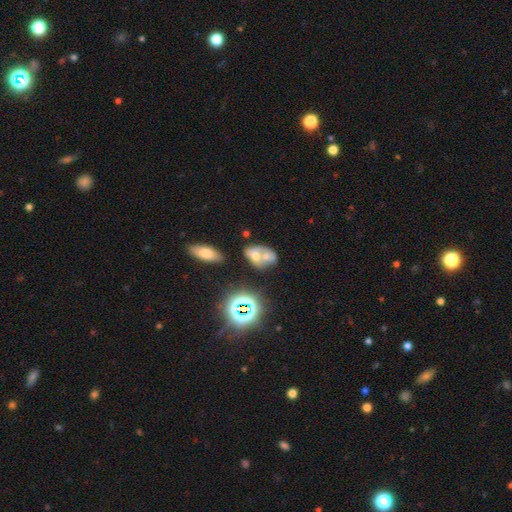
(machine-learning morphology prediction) type=smooth (47%); merging=merger (61%).